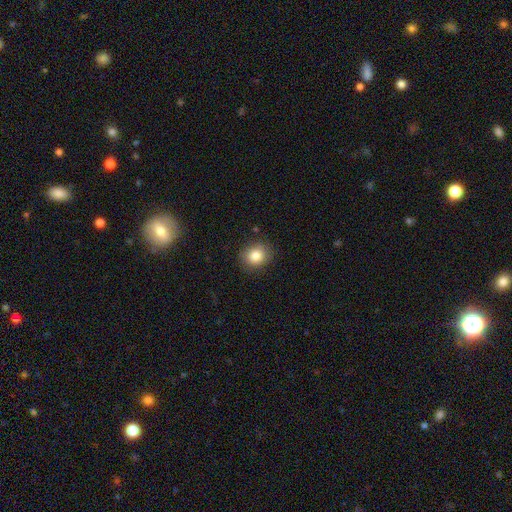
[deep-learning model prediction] smooth-or-featured: smooth: 82% | star or artifact: 10% | featured or disk: 8%
  how-rounded: round: 70% | in between: 29% | cigar-shaped: 1%
  merging: none: 86% | minor disturbance: 10% | major disturbance: 3% | merger: 1%